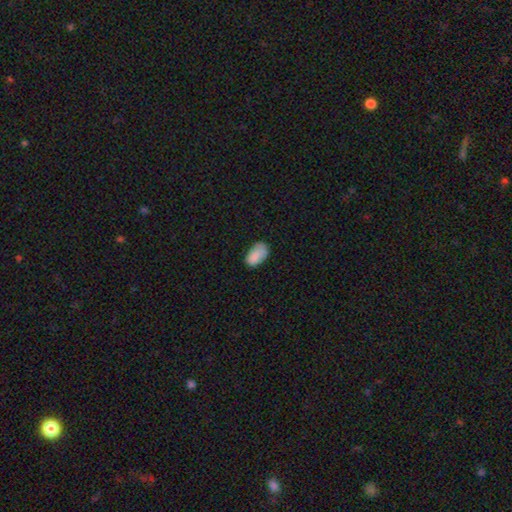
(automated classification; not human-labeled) The model was most divided on "merging": none: 63%, minor disturbance: 28%, major disturbance: 7%, merger: 2%. More confident: how rounded — in between (94%); smooth or featured — smooth (85%).